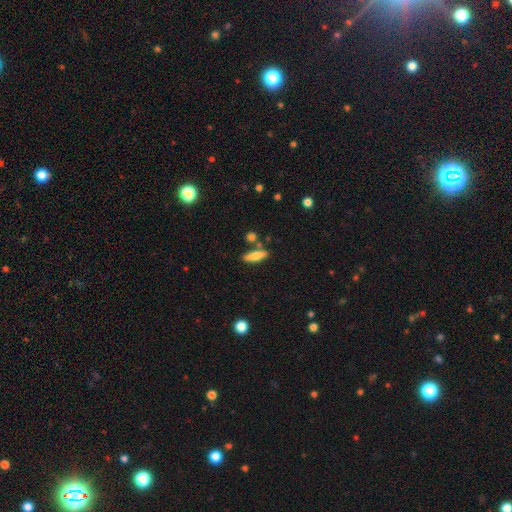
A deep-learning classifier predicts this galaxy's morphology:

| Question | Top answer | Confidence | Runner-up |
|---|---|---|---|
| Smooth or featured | smooth | 76% | featured or disk (17%) |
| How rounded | cigar-shaped | 58% | in between (39%) |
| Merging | none | 76% | minor disturbance (11%) |